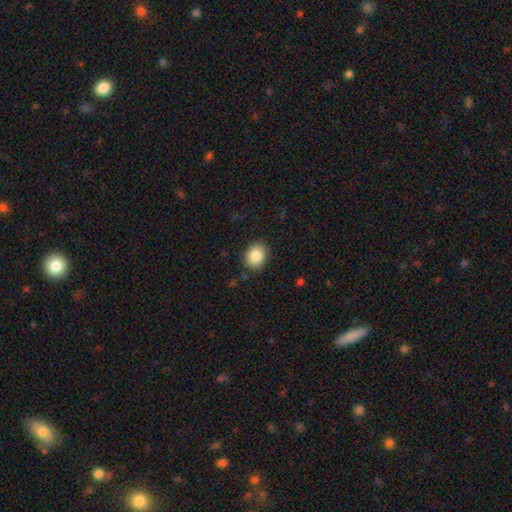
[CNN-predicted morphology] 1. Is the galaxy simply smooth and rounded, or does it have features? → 86% smooth, 8% star or artifact, 5% featured or disk.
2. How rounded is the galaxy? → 59% round, 40% in between, 1% cigar-shaped.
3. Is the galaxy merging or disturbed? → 85% none, 11% minor disturbance, 3% major disturbance, 1% merger.